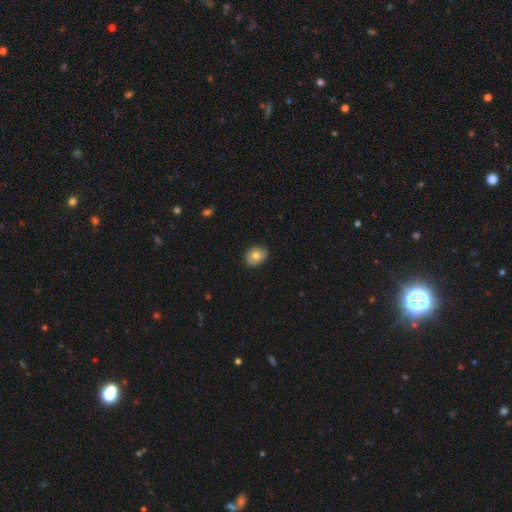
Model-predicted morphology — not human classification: A smooth galaxy with no disk features (72%) that is in between round and cigar-shaped (58%). Merging: none (88%).